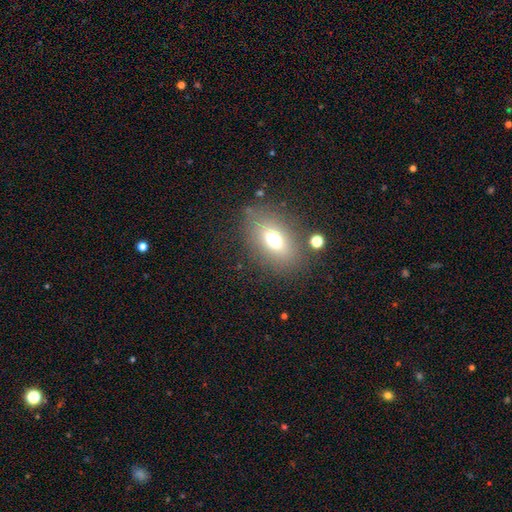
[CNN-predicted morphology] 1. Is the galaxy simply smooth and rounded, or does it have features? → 64% smooth, 19% featured or disk, 18% star or artifact.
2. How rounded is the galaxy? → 79% in between, 17% round, 4% cigar-shaped.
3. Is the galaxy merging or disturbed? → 82% none, 10% minor disturbance, 4% merger, 4% major disturbance.